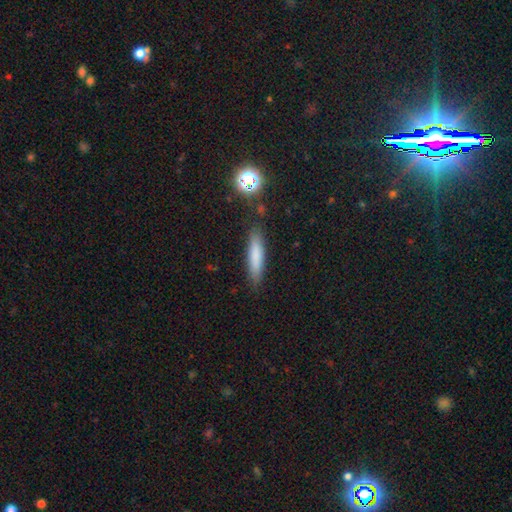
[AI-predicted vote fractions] smooth_or_featured: smooth (p=0.77) [alt: featured or disk p=0.14]
how_rounded: cigar-shaped (p=0.81) [alt: in between p=0.17]
merging: none (p=0.85) [alt: minor disturbance p=0.10]